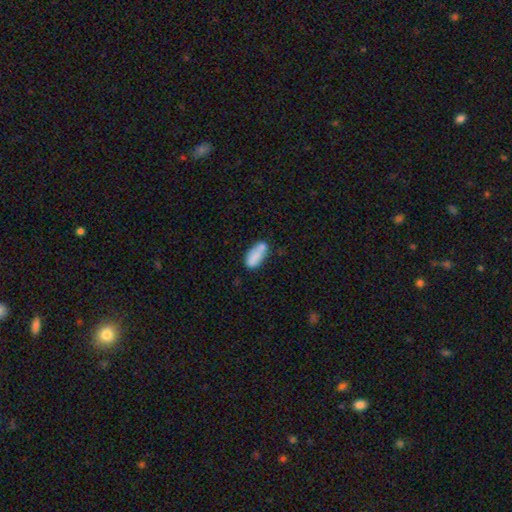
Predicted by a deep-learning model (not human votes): Smooth or featured? Predicted: smooth (p=0.79). How rounded? Predicted: in between (p=0.82). Merging? Predicted: none (p=0.51).